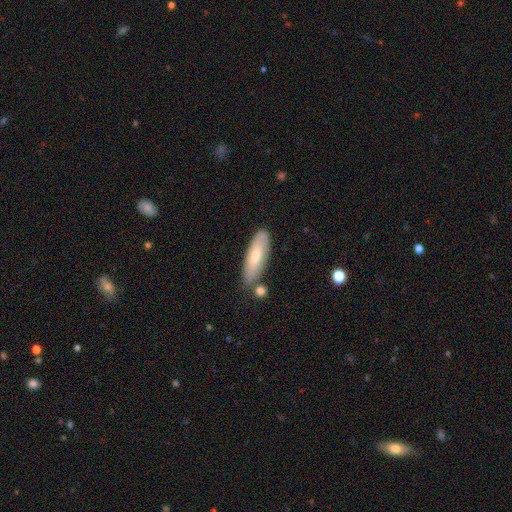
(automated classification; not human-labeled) The model was most divided on "how rounded": in between: 51%, cigar-shaped: 47%, round: 2%. More confident: merging — none (71%); smooth or featured — smooth (68%).